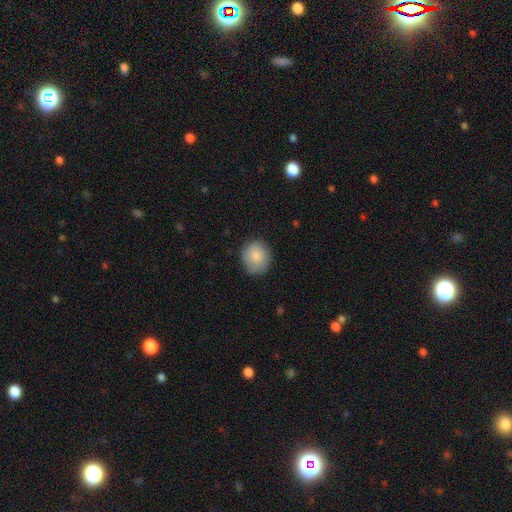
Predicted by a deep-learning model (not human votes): Smooth or featured? Predicted: smooth (p=0.79). How rounded? Predicted: round (p=0.74). Merging? Predicted: none (p=0.80).